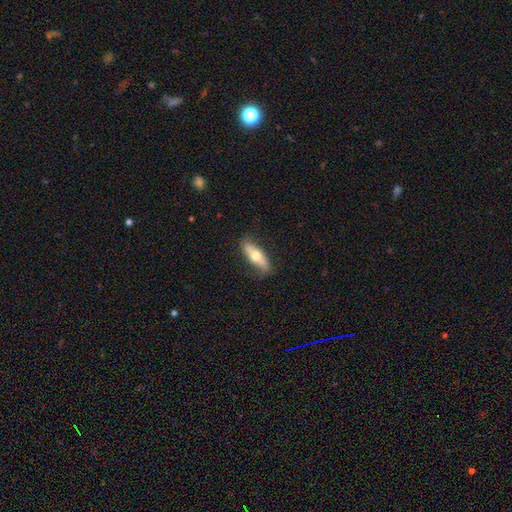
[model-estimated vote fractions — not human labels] The model was most divided on "smooth or featured": smooth: 49%, featured or disk: 45%, star or artifact: 5%. More confident: merging — none (79%).